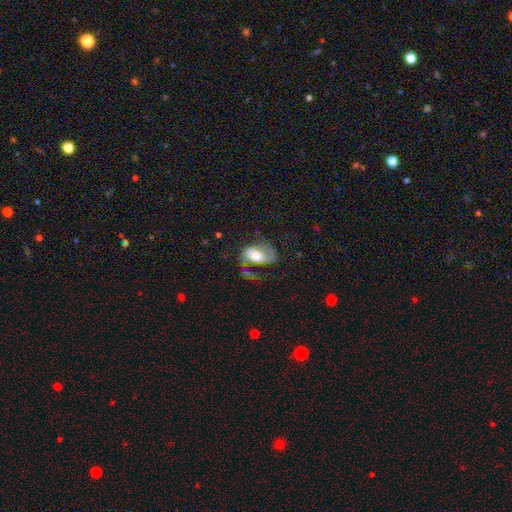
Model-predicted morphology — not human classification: Q: Smooth or featured?
A: featured or disk (51%); runner-up: smooth (42%)
Q: Edge-on disk?
A: no (95%); runner-up: yes (5%)
Q: Merging?
A: none (35%); runner-up: major disturbance (33%)